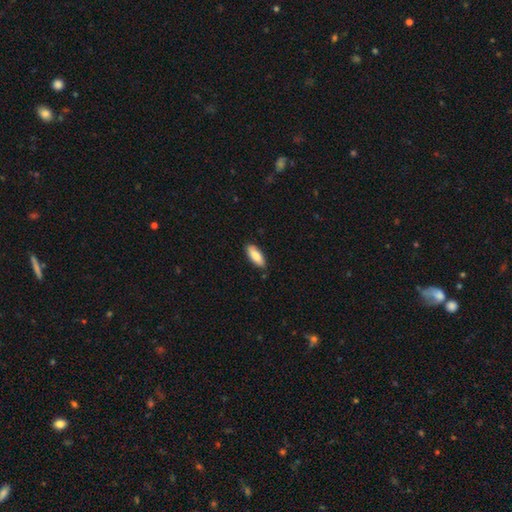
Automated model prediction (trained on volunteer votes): A smooth galaxy with no disk features (84%) that is in between round and cigar-shaped (75%).

Vote fractions:
- Smooth or featured? smooth: 84% / featured or disk: 10% / star or artifact: 6%
- How rounded? in between: 75% / cigar-shaped: 23% / round: 2%
- Merging? none: 85% / minor disturbance: 12% / major disturbance: 2% / merger: 1%